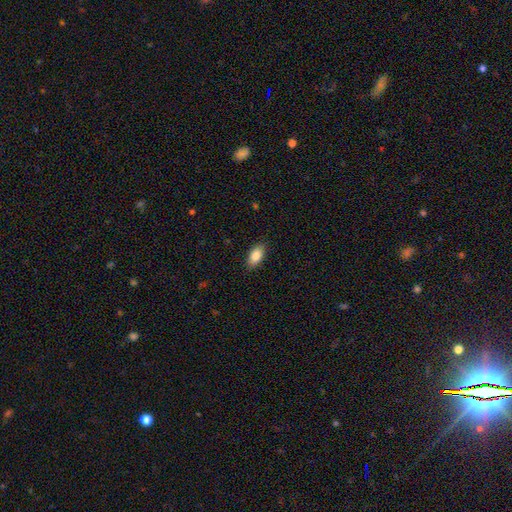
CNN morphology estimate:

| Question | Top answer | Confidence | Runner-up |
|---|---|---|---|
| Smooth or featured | smooth | 85% | featured or disk (8%) |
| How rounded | in between | 91% | cigar-shaped (5%) |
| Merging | none | 88% | minor disturbance (9%) |